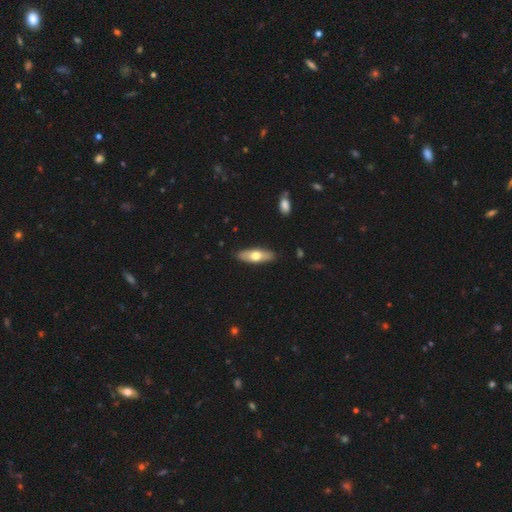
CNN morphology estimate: Smooth or featured? smooth (60%)
How rounded? in between (57%)
Merging? none (88%)